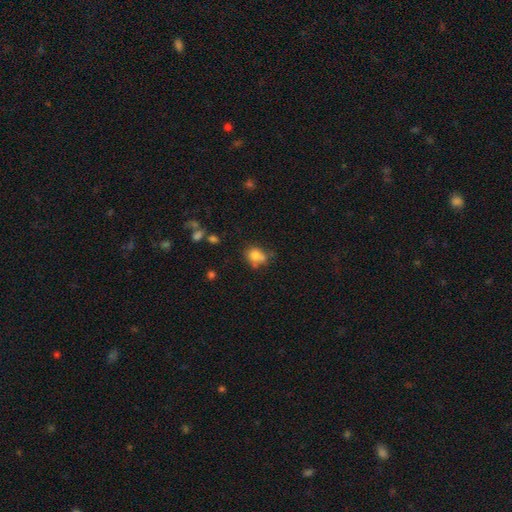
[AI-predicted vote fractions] A smooth galaxy with no disk features (77%) that is round (59%).

Vote fractions:
- Smooth or featured? smooth: 77% / featured or disk: 12% / star or artifact: 11%
- How rounded? round: 59% / in between: 40% / cigar-shaped: 1%
- Merging? none: 50% / merger: 22% / minor disturbance: 21% / major disturbance: 7%